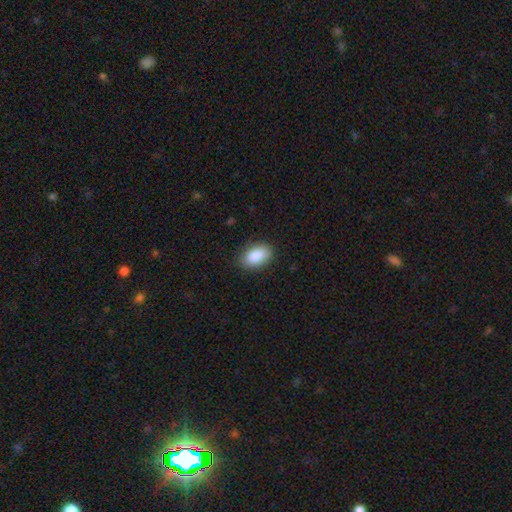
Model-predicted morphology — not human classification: Overall: smooth (87%). How rounded: in between (92%). Merging: none (86%).